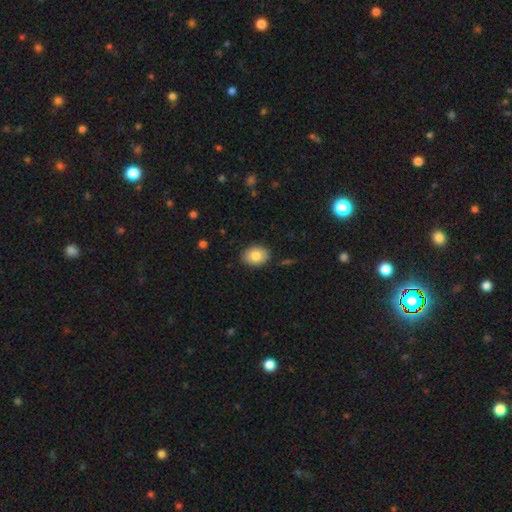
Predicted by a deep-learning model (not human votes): The model was most divided on "how rounded": in between: 68%, round: 31%, cigar-shaped: 1%. More confident: merging — none (87%); smooth or featured — smooth (83%).